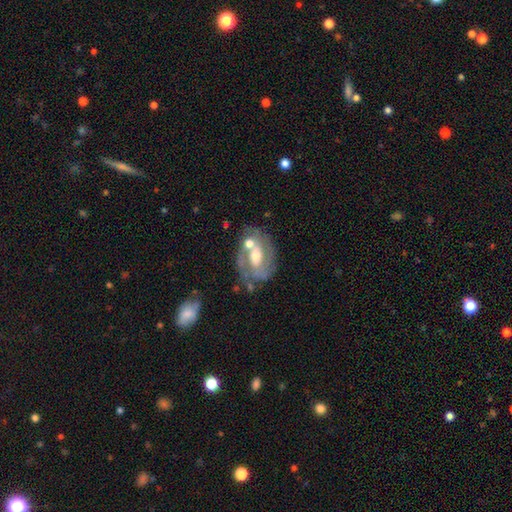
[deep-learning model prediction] Q: Smooth or featured?
A: featured or disk (78%); runner-up: smooth (15%)
Q: Edge-on disk?
A: no (96%); runner-up: yes (4%)
Q: Bar?
A: weak (40%); runner-up: no (39%)
Q: Spiral arms?
A: yes (82%); runner-up: no (18%)
Q: Spiral winding?
A: tight (45%); runner-up: medium (42%)
Q: Spiral arm count?
A: 2 (65%); runner-up: can't tell (19%)
Q: Bulge size?
A: moderate (68%); runner-up: small (21%)
Q: Merging?
A: none (54%); runner-up: minor disturbance (19%)